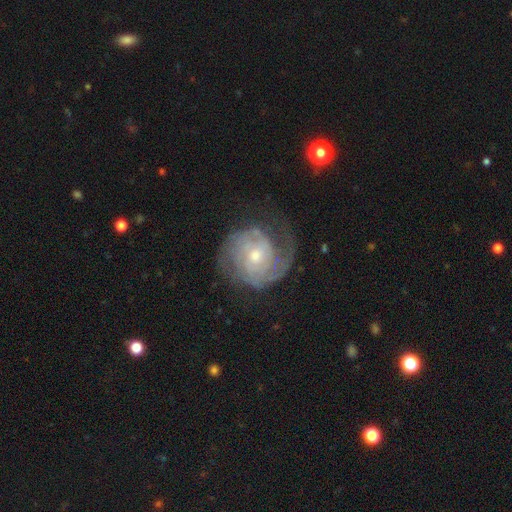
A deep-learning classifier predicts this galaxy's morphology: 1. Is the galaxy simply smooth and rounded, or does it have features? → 84% featured or disk, 11% smooth, 6% star or artifact.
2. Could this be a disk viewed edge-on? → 97% no, 3% yes.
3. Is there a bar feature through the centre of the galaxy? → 69% no, 27% weak, 5% strong.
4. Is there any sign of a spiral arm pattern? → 94% yes, 6% no.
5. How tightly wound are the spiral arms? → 61% tight, 28% medium, 11% loose.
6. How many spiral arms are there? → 43% 2, 28% can't tell, 11% 3, 8% 1, 5% 4, 4% more than 4.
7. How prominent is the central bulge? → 50% moderate, 45% small, 3% large, 1% none, 1% dominant.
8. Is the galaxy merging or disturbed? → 62% none, 19% minor disturbance, 17% major disturbance, 2% merger.